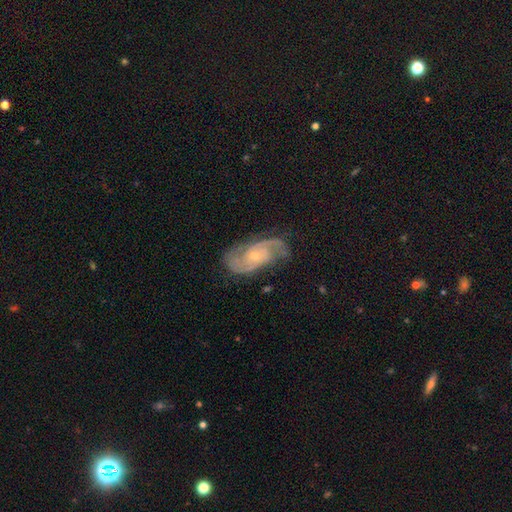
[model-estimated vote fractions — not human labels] Smooth or featured? featured or disk (87%)
Edge-on disk? no (96%)
Bar? no (65%)
Spiral arms? yes (97%)
Spiral winding? medium (50%)
Spiral arm count? 2 (77%)
Bulge size? small (71%)
Merging? none (73%)